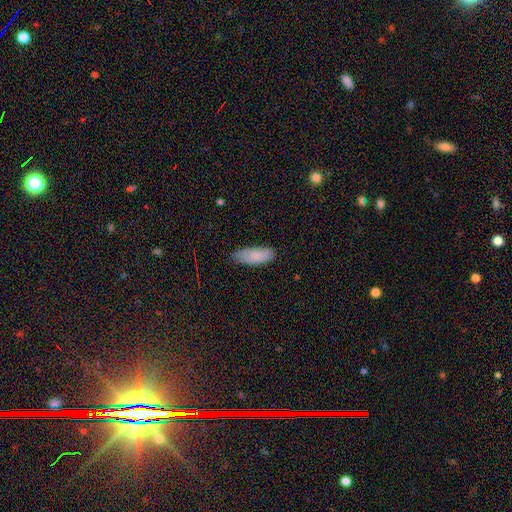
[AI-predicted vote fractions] This is clearly a smooth galaxy (83%). How rounded: likely in between (80%). Merging: likely none (75%).